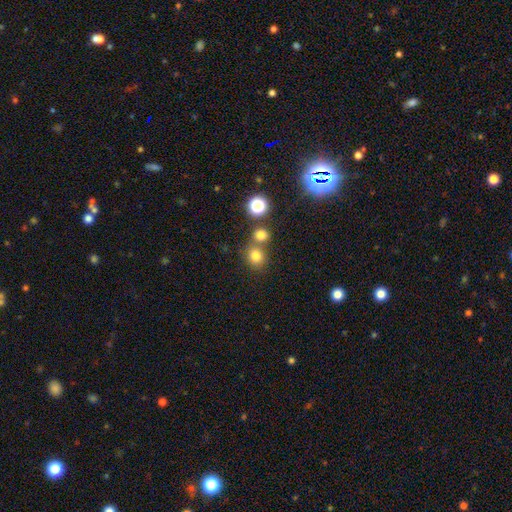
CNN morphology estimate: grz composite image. It shows a smooth galaxy with no disk features (77%) that is round (82%). Merging: none (61%).